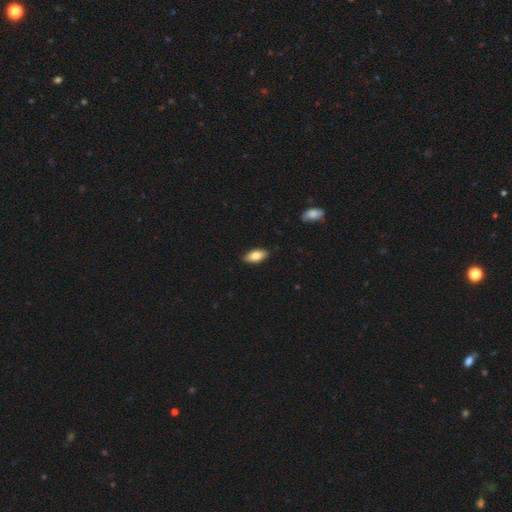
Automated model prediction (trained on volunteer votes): Smooth or featured? Predicted: smooth (p=0.83). How rounded? Predicted: in between (p=0.90). Merging? Predicted: none (p=0.89).